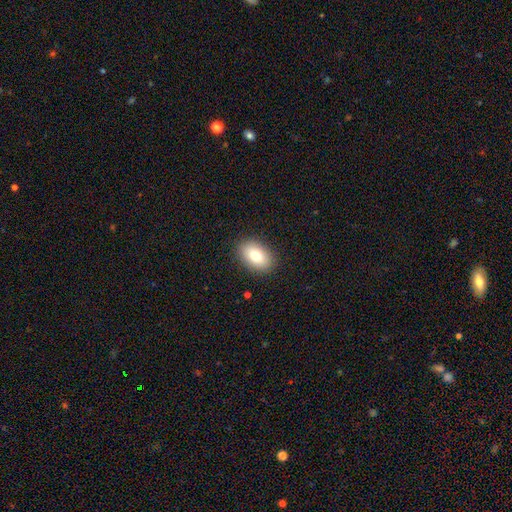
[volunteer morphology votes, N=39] Q: Smooth or featured?
A: smooth (79%); runner-up: featured or disk (13%)
Q: How rounded?
A: in between (94%); runner-up: round (6%)
Q: Merging?
A: none (86%); runner-up: minor disturbance (11%)